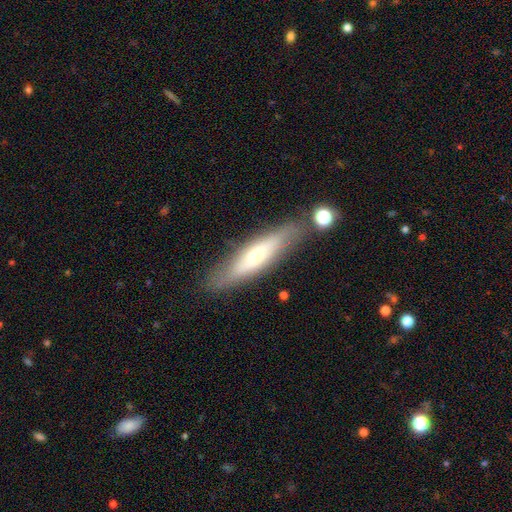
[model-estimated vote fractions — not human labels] A smooth galaxy with no disk features (48%). Merging: none (78%).